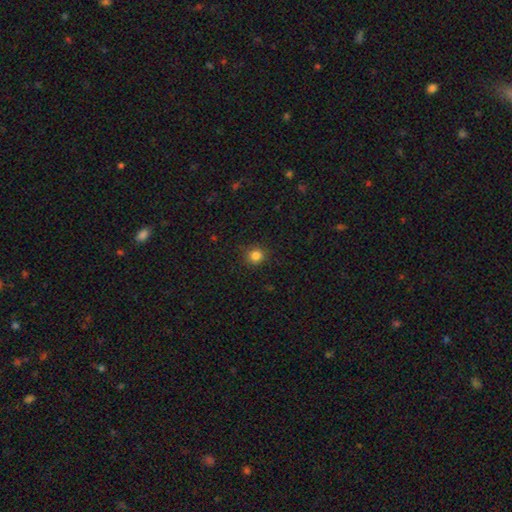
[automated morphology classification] smooth 83%, star or artifact 13%, featured or disk 4%. Down the decision tree: how rounded — round (88%); merging — none (88%).